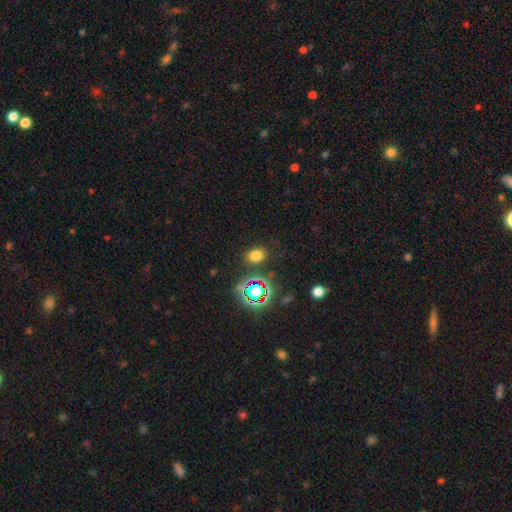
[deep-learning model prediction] This appears to be a smooth galaxy with no disk features (69%) that is in between round and cigar-shaped (62%). Merging: none (83%).